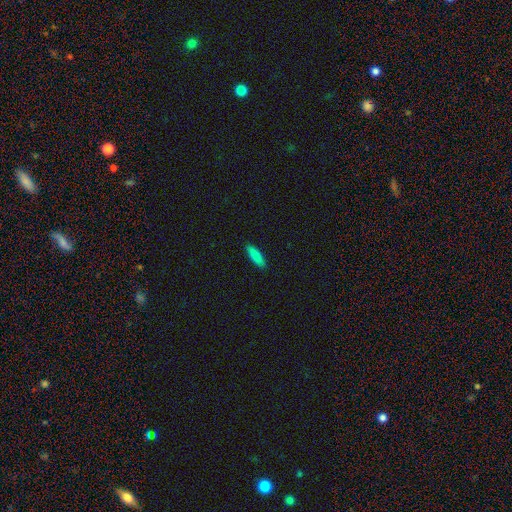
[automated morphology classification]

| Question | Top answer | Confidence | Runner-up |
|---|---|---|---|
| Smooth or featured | smooth | 86% | featured or disk (7%) |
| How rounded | cigar-shaped | 60% | in between (39%) |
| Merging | none | 90% | minor disturbance (8%) |